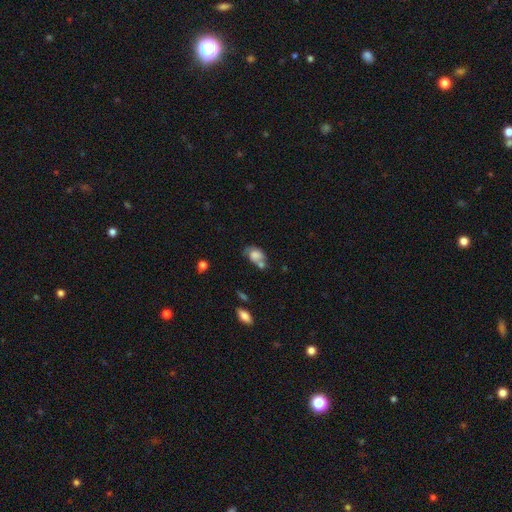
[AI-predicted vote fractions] Smooth or featured: smooth — 62% (featured or disk — 27%)
How rounded: in between — 76% (round — 22%)
Merging: merger — 32% (none — 30%)